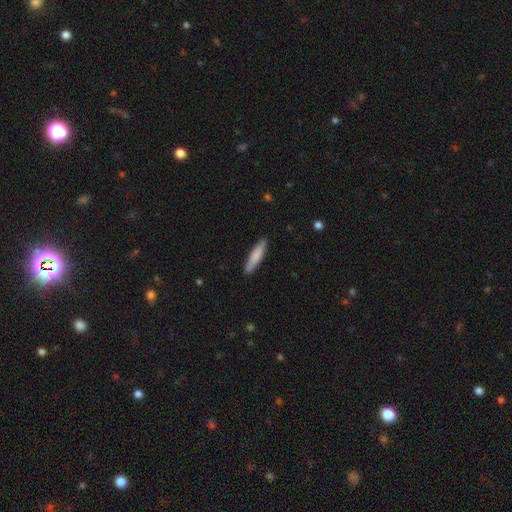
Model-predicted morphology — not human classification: Smooth or featured? Predicted: smooth (p=0.80). How rounded? Predicted: cigar-shaped (p=0.81). Merging? Predicted: none (p=0.87).